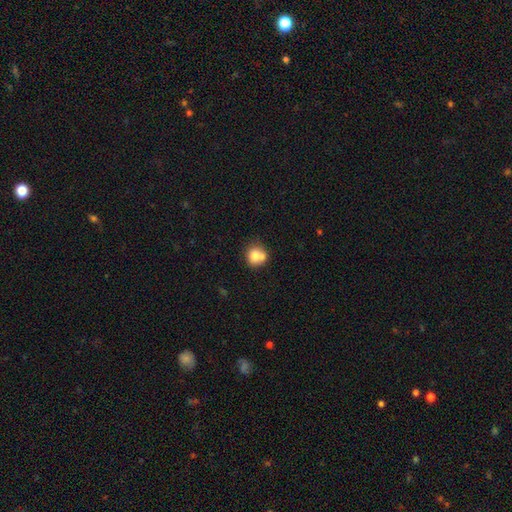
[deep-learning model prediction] A smooth galaxy with no disk features (76%) that is round (81%).

Vote fractions:
- Smooth or featured? smooth: 76% / featured or disk: 15% / star or artifact: 9%
- How rounded? round: 81% / in between: 18% / cigar-shaped: 1%
- Merging? none: 47% / merger: 36% / minor disturbance: 13% / major disturbance: 4%